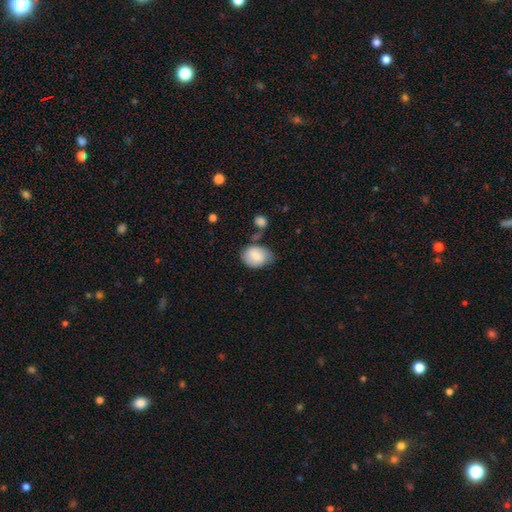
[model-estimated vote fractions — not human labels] A smooth galaxy with no disk features (79%) that is in between round and cigar-shaped (66%).

Vote fractions:
- Smooth or featured? smooth: 79% / featured or disk: 14% / star or artifact: 7%
- How rounded? in between: 66% / round: 33% / cigar-shaped: 1%
- Merging? none: 55% / minor disturbance: 29% / merger: 8% / major disturbance: 8%